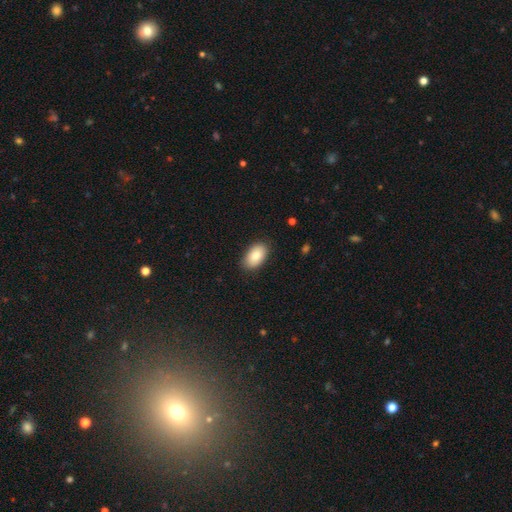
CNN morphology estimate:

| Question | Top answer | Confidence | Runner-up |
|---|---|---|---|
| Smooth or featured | smooth | 83% | featured or disk (10%) |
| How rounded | in between | 93% | round (6%) |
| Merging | none | 86% | minor disturbance (11%) |